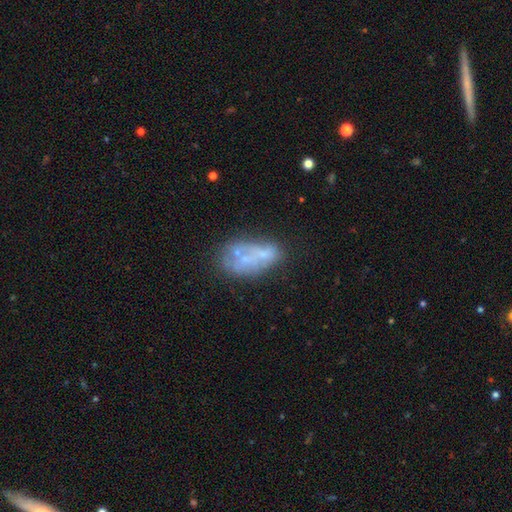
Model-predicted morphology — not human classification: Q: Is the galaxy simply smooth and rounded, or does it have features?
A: featured or disk — 54%.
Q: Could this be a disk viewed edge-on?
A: no — 96%.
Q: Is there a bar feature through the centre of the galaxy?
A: no — 92%.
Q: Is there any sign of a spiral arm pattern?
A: no — 94%.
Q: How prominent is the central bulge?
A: none — 69%.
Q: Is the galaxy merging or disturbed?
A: none — 44%.